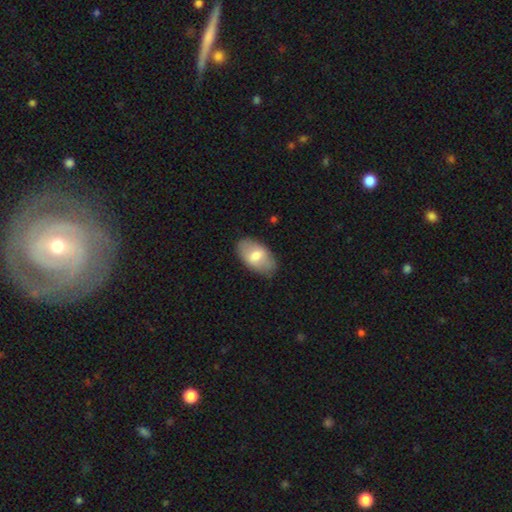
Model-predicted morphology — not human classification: smooth_or_featured: smooth (p=0.65) [alt: featured or disk p=0.28]
how_rounded: in between (p=0.94) [alt: round p=0.05]
merging: none (p=0.82) [alt: minor disturbance p=0.14]